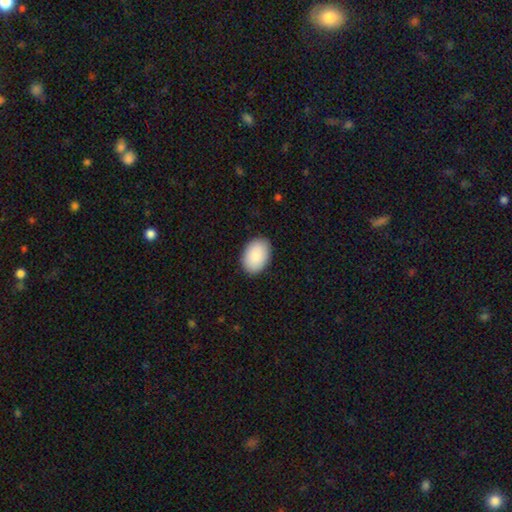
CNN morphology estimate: Smooth or featured? smooth (90%)
How rounded? in between (88%)
Merging? none (89%)